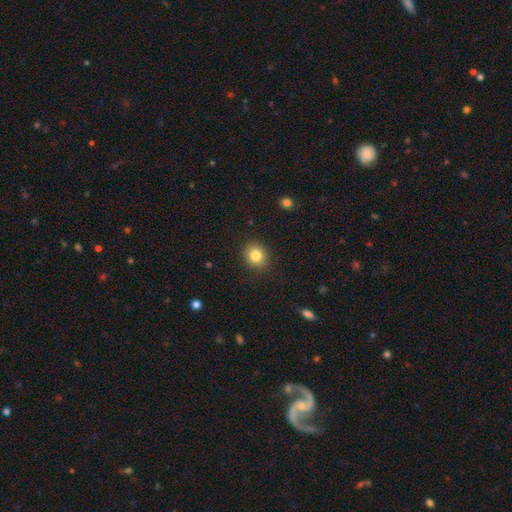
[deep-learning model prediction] Q: Smooth or featured?
A: smooth (82%); runner-up: star or artifact (10%)
Q: How rounded?
A: round (74%); runner-up: in between (25%)
Q: Merging?
A: none (89%); runner-up: minor disturbance (7%)